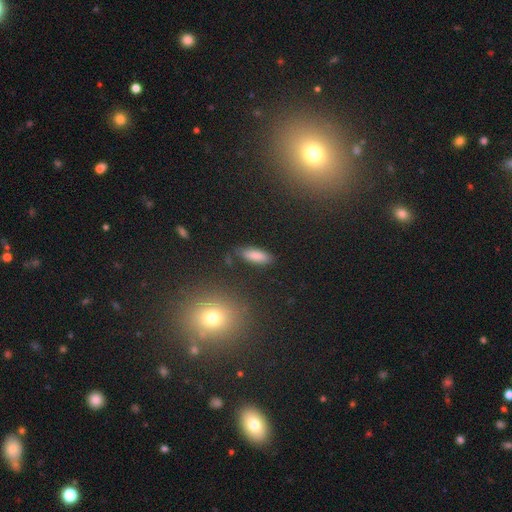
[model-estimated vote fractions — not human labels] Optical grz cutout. It shows a smooth galaxy with no disk features (83%) that is in between round and cigar-shaped (68%). Merging: none (80%).